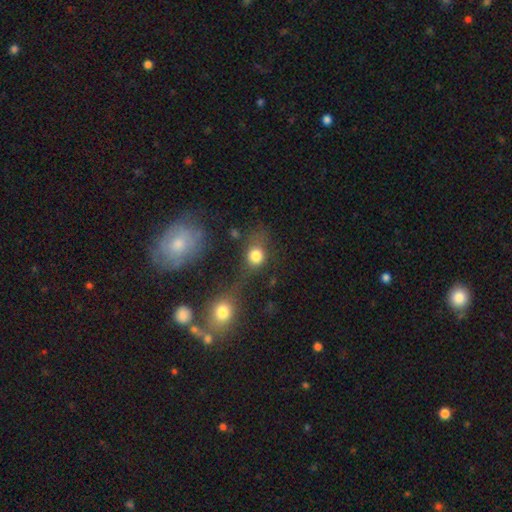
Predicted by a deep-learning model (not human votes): This is likely a smooth galaxy (77%). How rounded: likely round (70%). Merging: possibly none (47%).